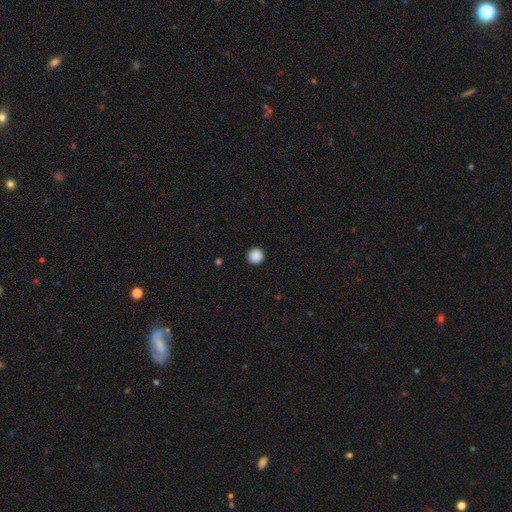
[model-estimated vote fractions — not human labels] smooth 89%, star or artifact 9%, featured or disk 2%. Down the decision tree: how rounded — round (96%); merging — none (93%).